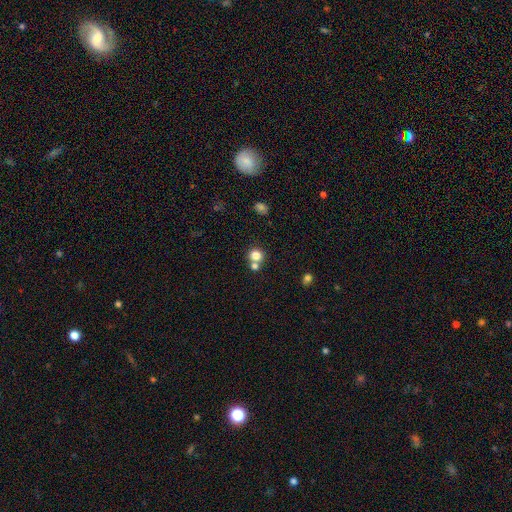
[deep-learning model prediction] This is likely a smooth galaxy (79%). How rounded: clearly round (86%). Merging: possibly none (53%).